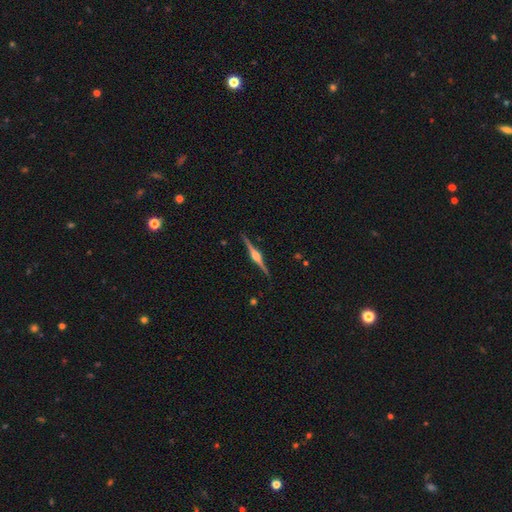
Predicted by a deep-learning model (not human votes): Smooth or featured?
  - featured or disk: 88% *
  - smooth: 7%
  - star or artifact: 5%
Edge-on disk?
  - yes: 99% *
  - no: 1%
Edge-on bulge?
  - rounded: 92% *
  - boxy: 6%
  - none: 2%
Merging?
  - none: 91% *
  - minor disturbance: 7%
  - major disturbance: 1%
  - merger: 1%